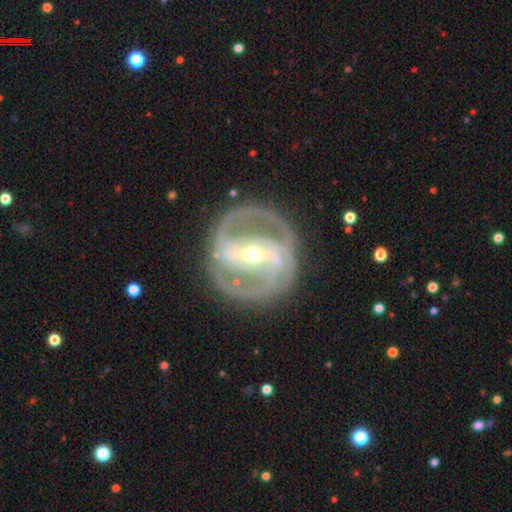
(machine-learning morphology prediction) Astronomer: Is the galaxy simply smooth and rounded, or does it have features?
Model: featured or disk — 91%.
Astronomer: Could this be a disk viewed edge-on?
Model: no — 96%.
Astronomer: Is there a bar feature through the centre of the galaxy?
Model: strong — 70%.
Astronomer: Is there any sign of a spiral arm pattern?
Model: yes — 96%.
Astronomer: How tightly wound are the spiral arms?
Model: tight — 50% (runner-up: medium, 42%).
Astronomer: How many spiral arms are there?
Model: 2 — 74%.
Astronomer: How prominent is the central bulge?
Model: small — 53% (runner-up: moderate, 43%).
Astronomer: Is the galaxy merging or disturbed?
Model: none — 80%.